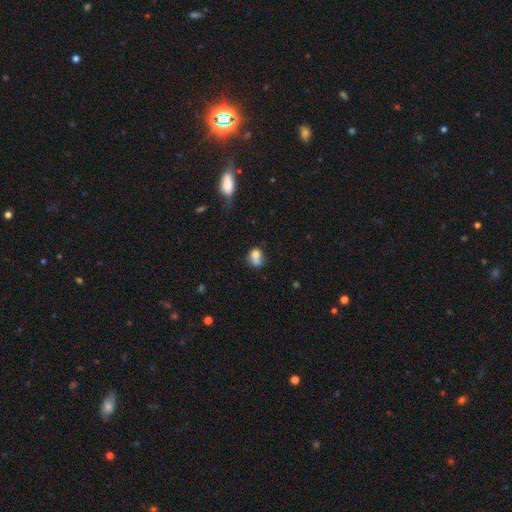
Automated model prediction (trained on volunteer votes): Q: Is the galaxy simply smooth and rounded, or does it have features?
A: smooth — 69%.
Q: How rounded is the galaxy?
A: round — 63%.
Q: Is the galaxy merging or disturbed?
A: merger — 54%.